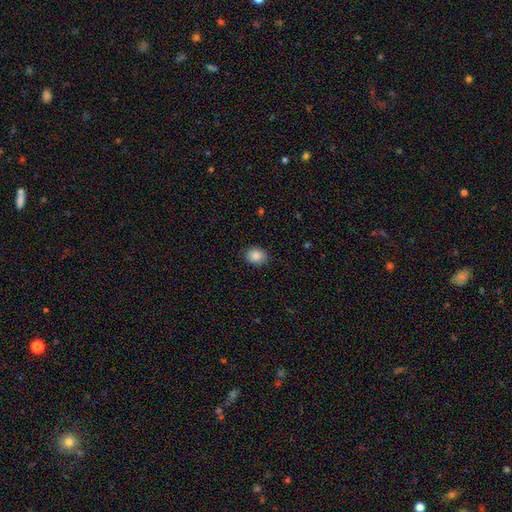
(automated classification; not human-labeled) A smooth galaxy with no disk features (87%) that is round (52%).

Vote fractions:
- Smooth or featured? smooth: 87% / star or artifact: 8% / featured or disk: 4%
- How rounded? round: 52% / in between: 48% / cigar-shaped: 1%
- Merging? none: 85% / minor disturbance: 12% / major disturbance: 3% / merger: 1%